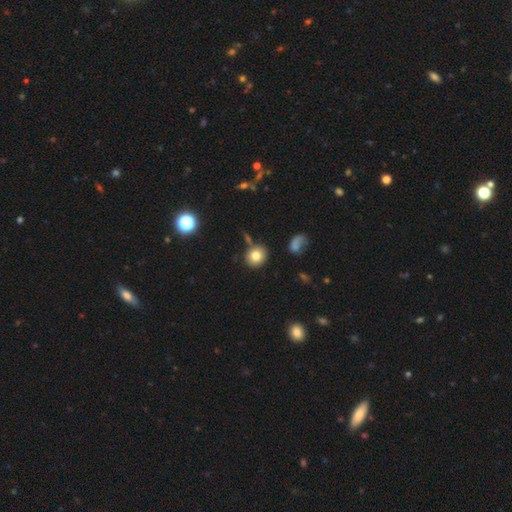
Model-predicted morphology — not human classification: A smooth galaxy with no disk features (79%) that is round (79%). Merging: none (78%).